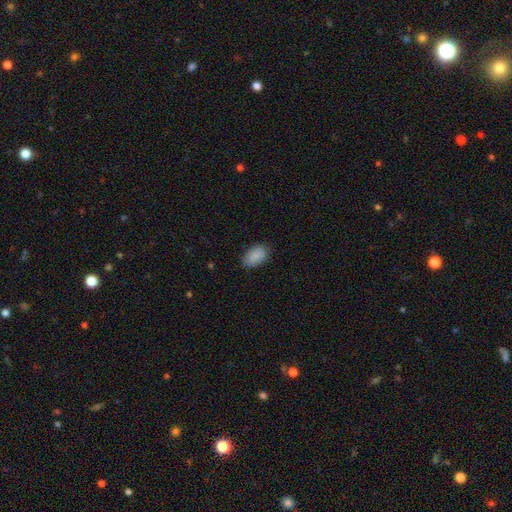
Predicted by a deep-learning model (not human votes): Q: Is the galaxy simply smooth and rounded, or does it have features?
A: smooth — 88%.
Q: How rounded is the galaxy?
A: in between — 93%.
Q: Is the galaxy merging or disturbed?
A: none — 81%.